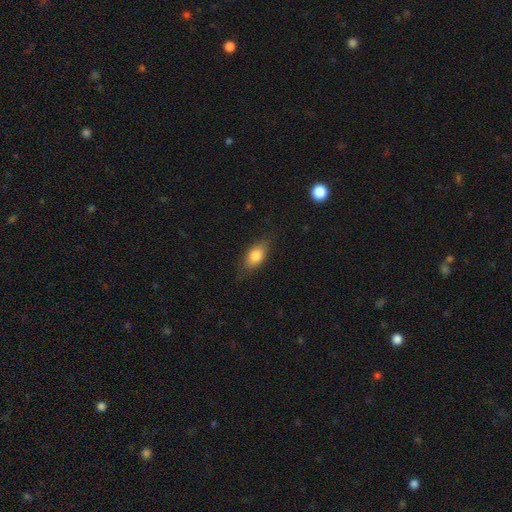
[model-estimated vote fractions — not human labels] A smooth galaxy with no disk features (79%) that is in between round and cigar-shaped (84%).

Vote fractions:
- Smooth or featured? smooth: 79% / featured or disk: 14% / star or artifact: 7%
- How rounded? in between: 84% / cigar-shaped: 9% / round: 7%
- Merging? none: 79% / minor disturbance: 17% / major disturbance: 4% / merger: 1%